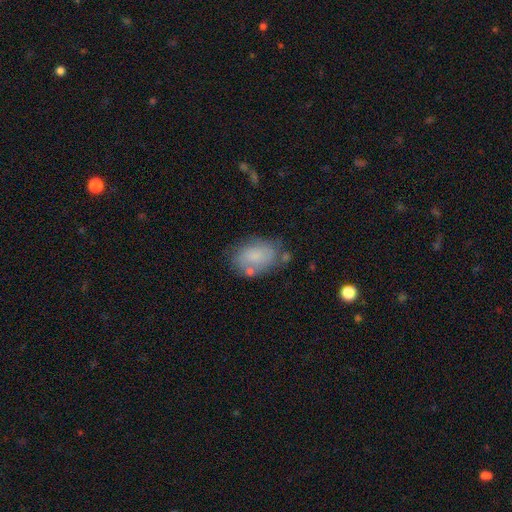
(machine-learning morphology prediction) The model was most divided on "merging": none: 61%, minor disturbance: 23%, merger: 8%, major disturbance: 8%. More confident: how rounded — in between (86%); smooth or featured — smooth (71%).